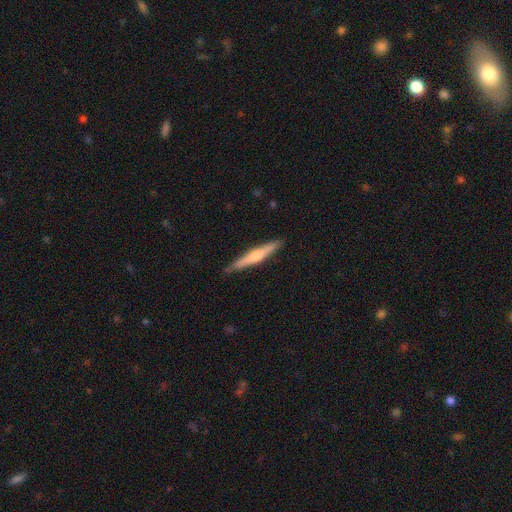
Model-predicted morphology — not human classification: This is possibly a featured or disk galaxy (53%). It is clearly viewed edge-on (97%). Edge-on bulge: likely rounded (75%). Merging: clearly none (89%).